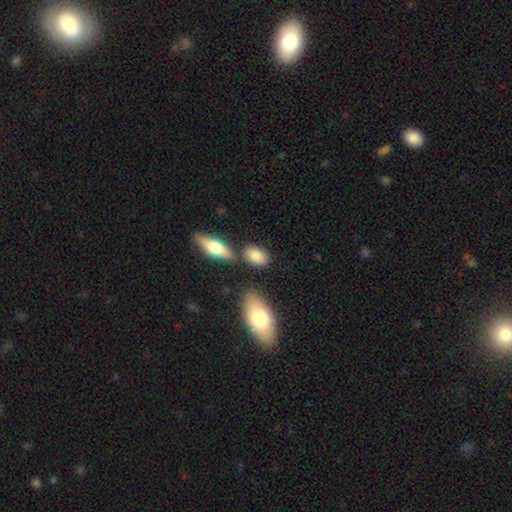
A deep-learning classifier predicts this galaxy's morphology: smooth 83%, featured or disk 10%, star or artifact 7%. Down the decision tree: how rounded — in between (81%); merging — none (73%).